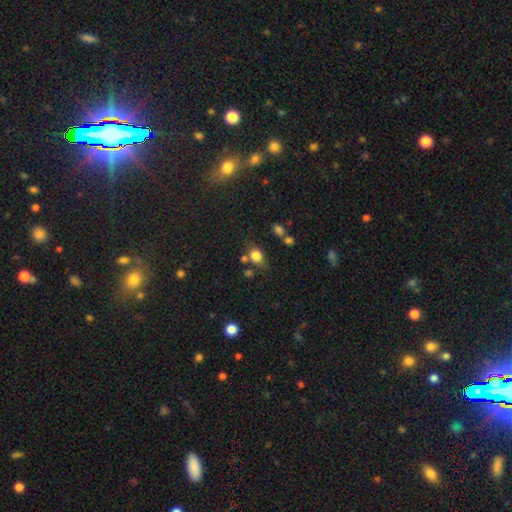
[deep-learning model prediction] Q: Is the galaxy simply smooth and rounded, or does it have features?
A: smooth — 80%.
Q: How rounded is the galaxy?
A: in between — 50%.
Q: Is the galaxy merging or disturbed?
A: none — 63%.